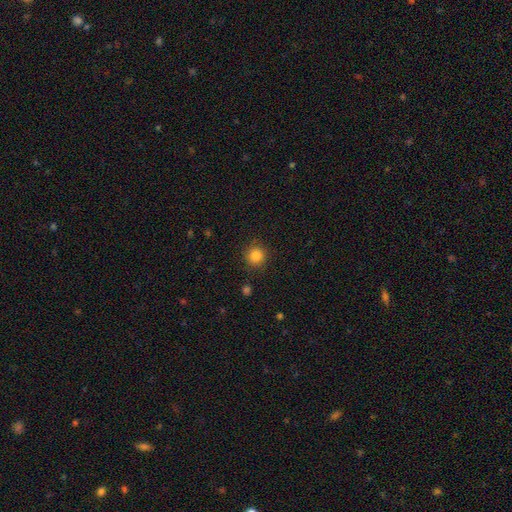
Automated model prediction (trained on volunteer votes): Smooth or featured?
  - smooth: 84% *
  - star or artifact: 11%
  - featured or disk: 4%
How rounded?
  - round: 94% *
  - in between: 5%
  - cigar-shaped: 1%
Merging?
  - none: 89% *
  - minor disturbance: 7%
  - major disturbance: 2%
  - merger: 2%